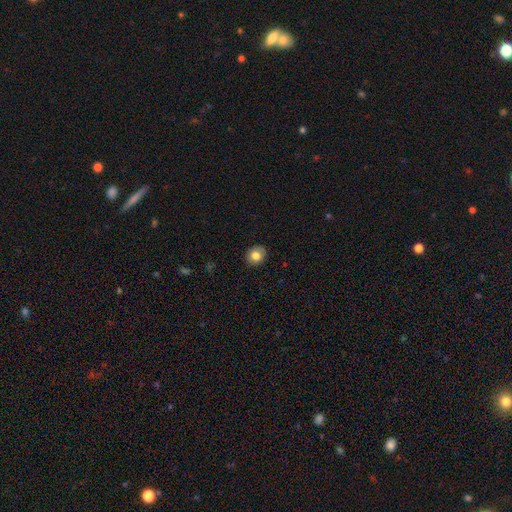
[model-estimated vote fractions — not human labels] Smooth or featured: smooth — 81% (featured or disk — 10%)
How rounded: round — 68% (in between — 31%)
Merging: none — 88% (minor disturbance — 9%)